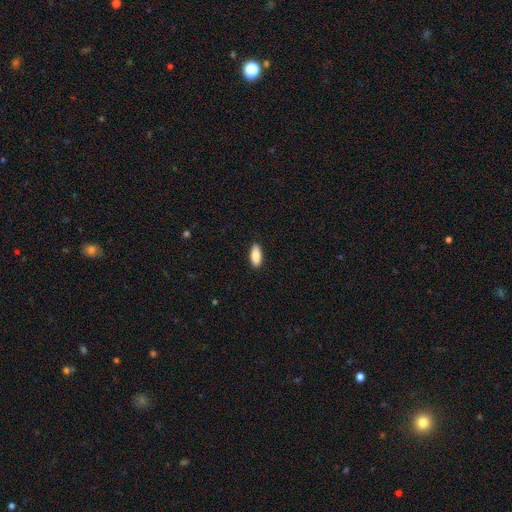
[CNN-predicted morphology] Smooth or featured? Predicted: smooth (p=0.86). How rounded? Predicted: in between (p=0.79). Merging? Predicted: none (p=0.90).